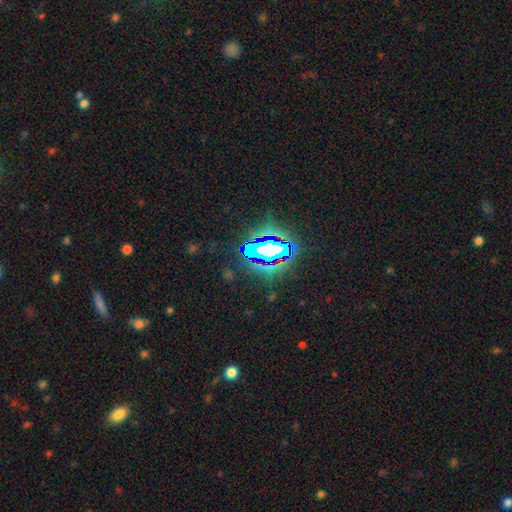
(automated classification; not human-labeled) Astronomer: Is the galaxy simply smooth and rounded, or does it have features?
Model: star or artifact — 76%.